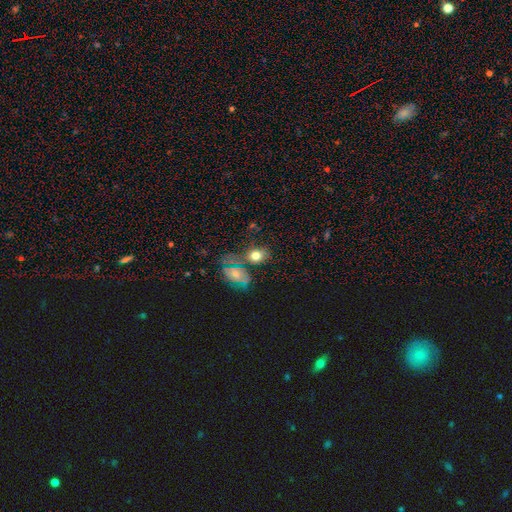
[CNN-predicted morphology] smooth 73%, featured or disk 16%, star or artifact 11%. Down the decision tree: how rounded — in between (57%); merging — none (53%).